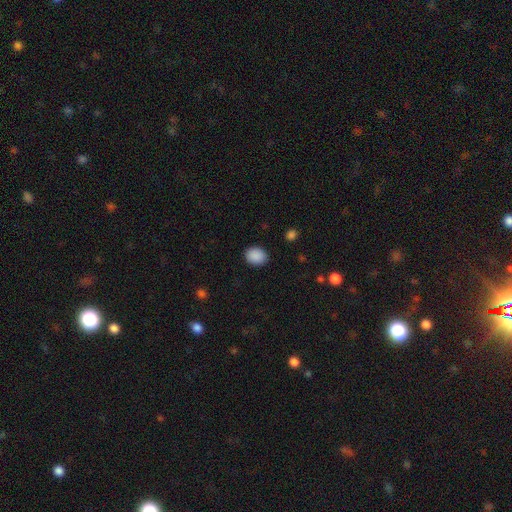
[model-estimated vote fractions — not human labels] This is clearly a smooth galaxy (90%). How rounded: possibly in between (53%). Merging: clearly none (89%).